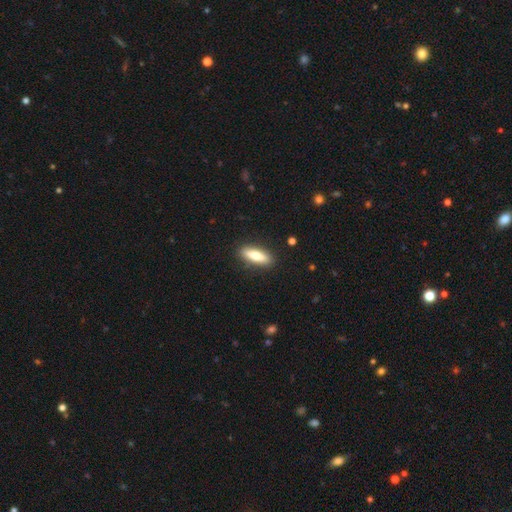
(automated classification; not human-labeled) smooth_or_featured: smooth (p=0.73) [alt: featured or disk p=0.22]
how_rounded: cigar-shaped (p=0.50) [alt: in between p=0.48]
merging: none (p=0.89) [alt: minor disturbance p=0.08]